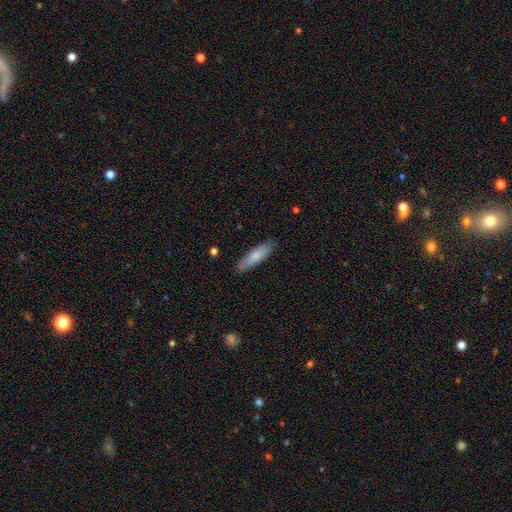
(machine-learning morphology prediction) Q: Smooth or featured?
A: smooth (79%); runner-up: featured or disk (16%)
Q: How rounded?
A: cigar-shaped (65%); runner-up: in between (34%)
Q: Merging?
A: none (84%); runner-up: minor disturbance (12%)